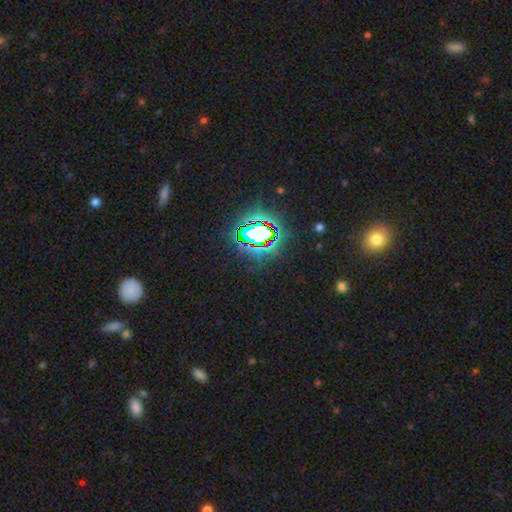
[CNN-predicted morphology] Smooth or featured?
  - star or artifact: 80% *
  - smooth: 13%
  - featured or disk: 7%